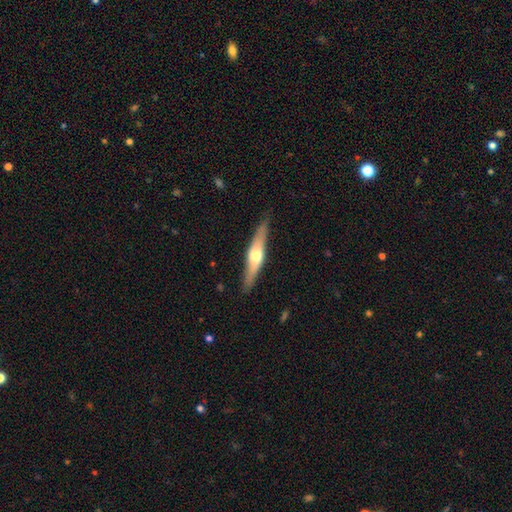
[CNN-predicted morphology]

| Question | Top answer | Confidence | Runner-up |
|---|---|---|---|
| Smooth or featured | featured or disk | 63% | smooth (32%) |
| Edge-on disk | yes | 94% | no (6%) |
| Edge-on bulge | rounded | 92% | boxy (4%) |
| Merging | none | 86% | minor disturbance (10%) |